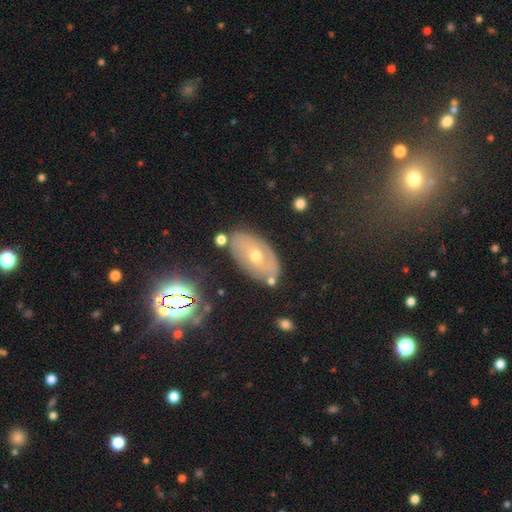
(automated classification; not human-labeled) A featured or disk galaxy (54%). Merging: none (75%).